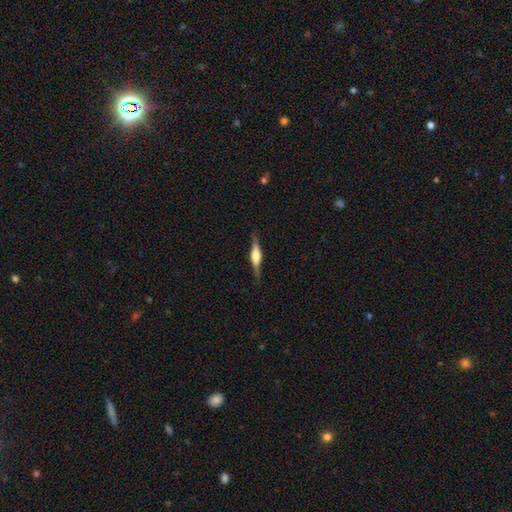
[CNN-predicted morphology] smooth-or-featured: featured or disk: 69% | smooth: 25% | star or artifact: 6%
  disk-edge-on: yes: 96% | no: 4%
    edge-on-bulge: rounded: 82% | boxy: 15% | none: 3%
  merging: none: 84% | minor disturbance: 12% | major disturbance: 3% | merger: 1%